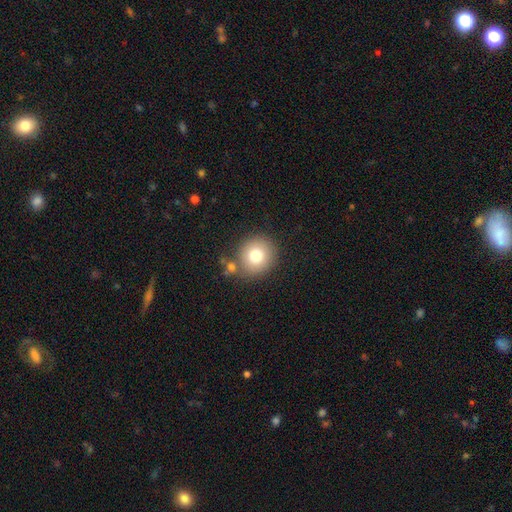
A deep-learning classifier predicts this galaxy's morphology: Overall: smooth (76%). How rounded: round (90%). Merging: none (78%).